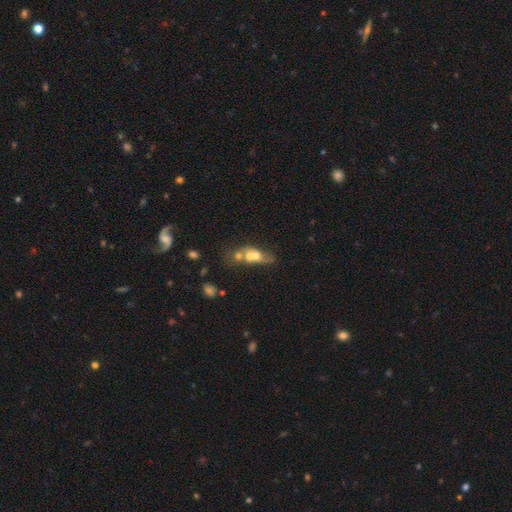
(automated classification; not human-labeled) Overall: smooth (53%; featured or disk 36%). How rounded: in between (56%; round 29%). Merging: merger (63%).